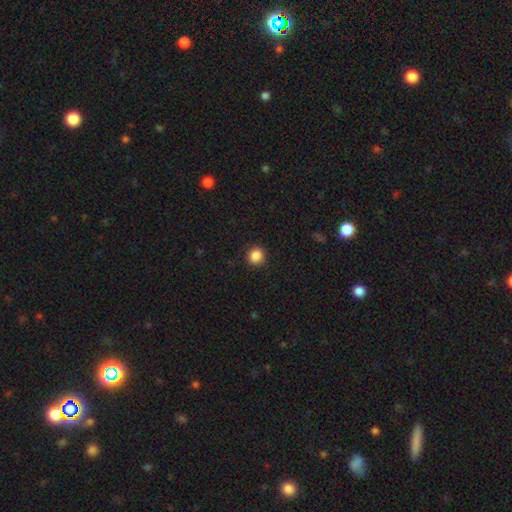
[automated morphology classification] A smooth galaxy with no disk features (87%) that is round (84%).

Vote fractions:
- Smooth or featured? smooth: 87% / star or artifact: 10% / featured or disk: 3%
- How rounded? round: 84% / in between: 15% / cigar-shaped: 1%
- Merging? none: 90% / minor disturbance: 7% / major disturbance: 2% / merger: 1%